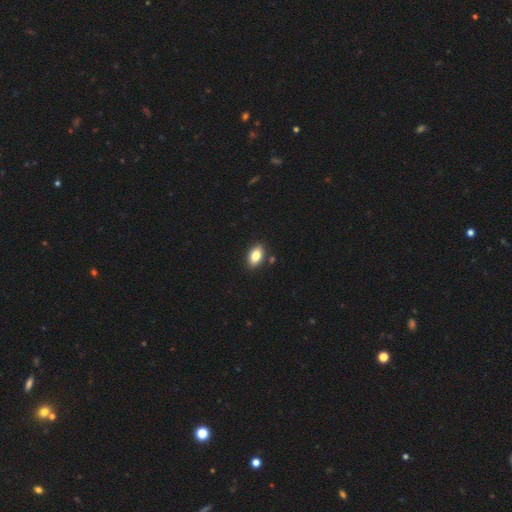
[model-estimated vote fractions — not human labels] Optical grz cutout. It shows a smooth galaxy with no disk features (82%) that is in between round and cigar-shaped (90%). Merging: none (85%).